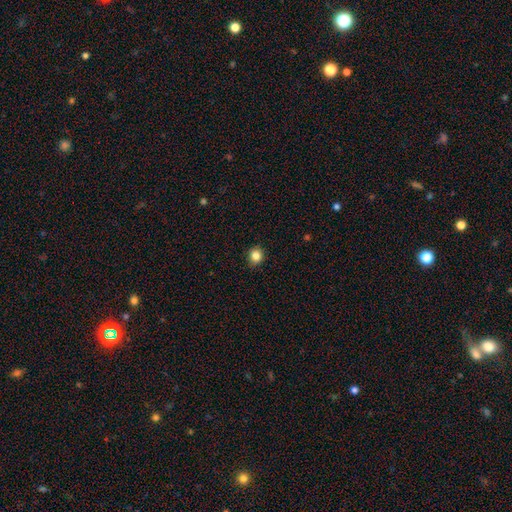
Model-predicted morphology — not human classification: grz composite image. It shows a smooth galaxy with no disk features (84%) that is round (76%). Merging: none (89%).